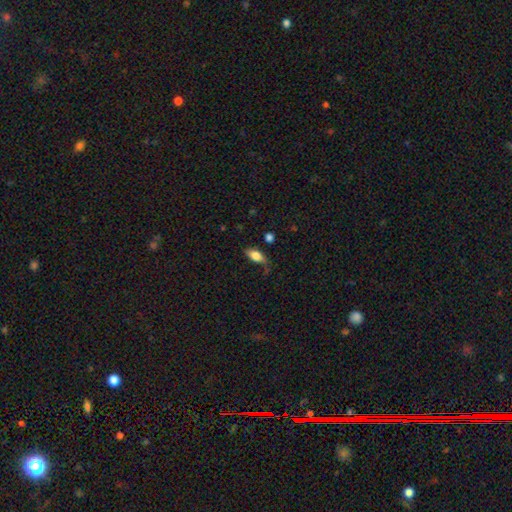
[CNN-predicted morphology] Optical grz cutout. It shows a smooth galaxy with no disk features (79%) that is in between round and cigar-shaped (85%). Merging: none (62%).